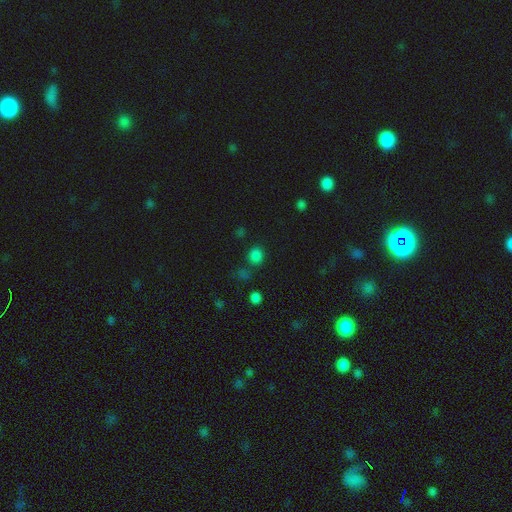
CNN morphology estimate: smooth-or-featured: smooth: 76% | star or artifact: 20% | featured or disk: 4%
  how-rounded: round: 76% | in between: 23% | cigar-shaped: 1%
  merging: none: 74% | minor disturbance: 11% | merger: 10% | major disturbance: 5%